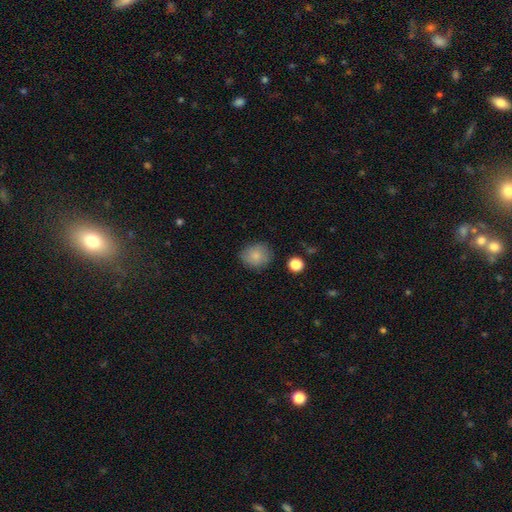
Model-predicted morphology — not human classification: Q: Smooth or featured?
A: smooth (84%); runner-up: star or artifact (8%)
Q: How rounded?
A: round (79%); runner-up: in between (20%)
Q: Merging?
A: none (82%); runner-up: minor disturbance (13%)